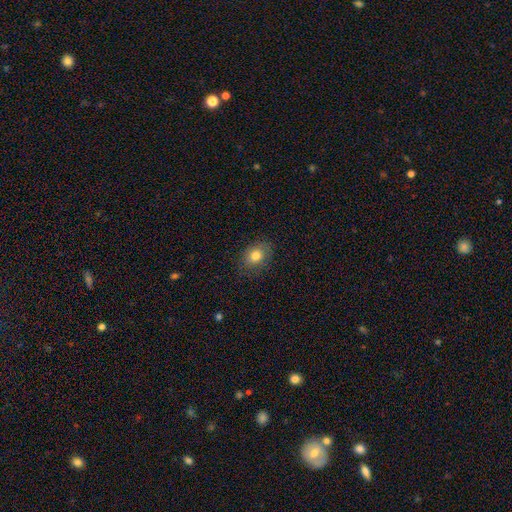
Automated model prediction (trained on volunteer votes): smooth-or-featured: smooth: 78% | featured or disk: 12% | star or artifact: 10%
  how-rounded: in between: 65% | round: 33% | cigar-shaped: 1%
  merging: none: 80% | minor disturbance: 15% | major disturbance: 4% | merger: 1%